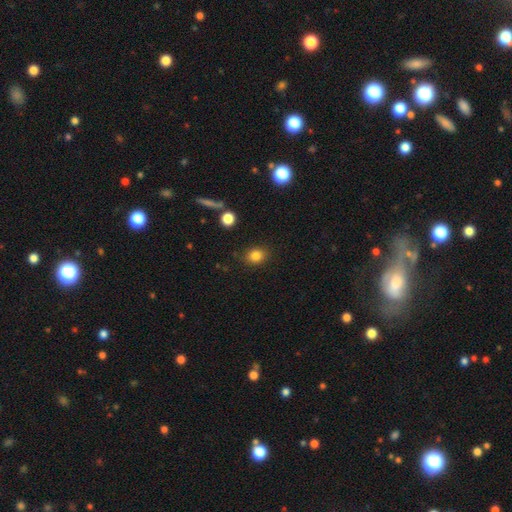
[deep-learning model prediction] smooth-or-featured: smooth: 83% | star or artifact: 11% | featured or disk: 6%
  how-rounded: round: 59% | in between: 40% | cigar-shaped: 1%
  merging: none: 86% | minor disturbance: 9% | major disturbance: 3% | merger: 2%